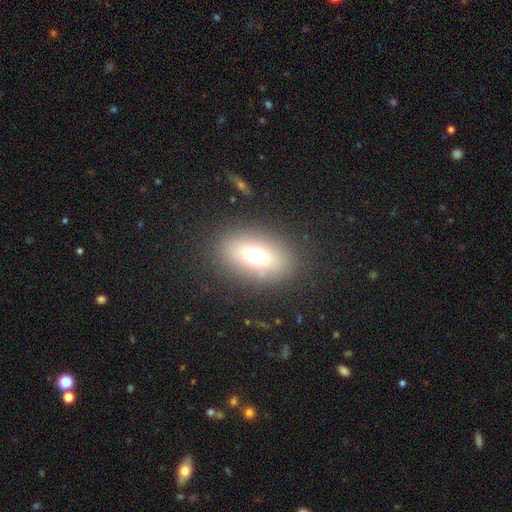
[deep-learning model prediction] Smooth or featured? Predicted: smooth (p=0.66). How rounded? Predicted: in between (p=0.77). Merging? Predicted: none (p=0.84).